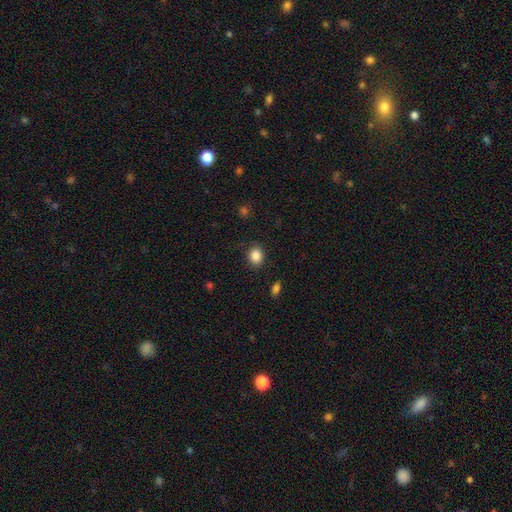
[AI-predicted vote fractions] Smooth or featured?
  - smooth: 86% *
  - star or artifact: 9%
  - featured or disk: 4%
How rounded?
  - round: 58% *
  - in between: 41%
  - cigar-shaped: 1%
Merging?
  - none: 87% *
  - minor disturbance: 9%
  - major disturbance: 3%
  - merger: 1%